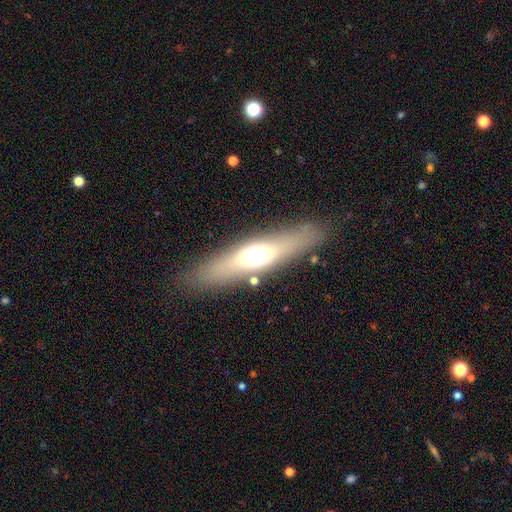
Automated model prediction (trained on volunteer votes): smooth-or-featured: featured or disk: 48% | smooth: 42% | star or artifact: 10%
  merging: none: 86% | minor disturbance: 9% | major disturbance: 4% | merger: 2%